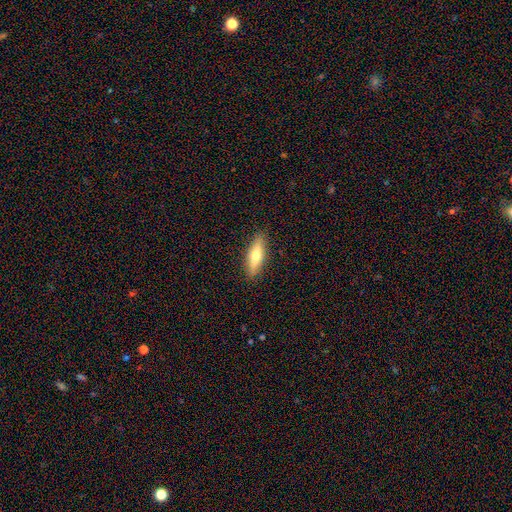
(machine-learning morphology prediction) Overall: smooth (57%; featured or disk 37%). How rounded: cigar-shaped (63%; in between 35%). Merging: none (89%).